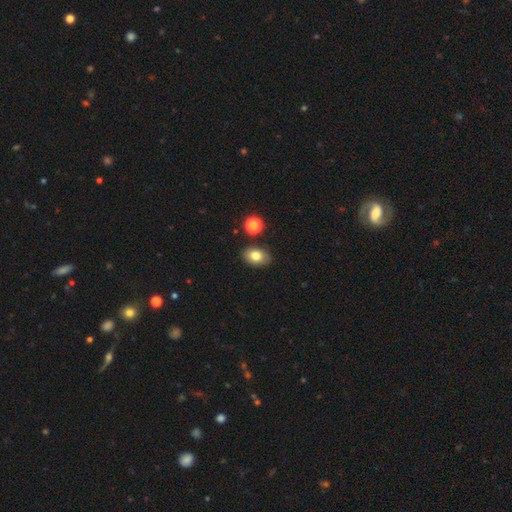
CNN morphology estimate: Q: Smooth or featured?
A: smooth (80%); runner-up: featured or disk (11%)
Q: How rounded?
A: in between (80%); runner-up: round (19%)
Q: Merging?
A: none (83%); runner-up: minor disturbance (10%)